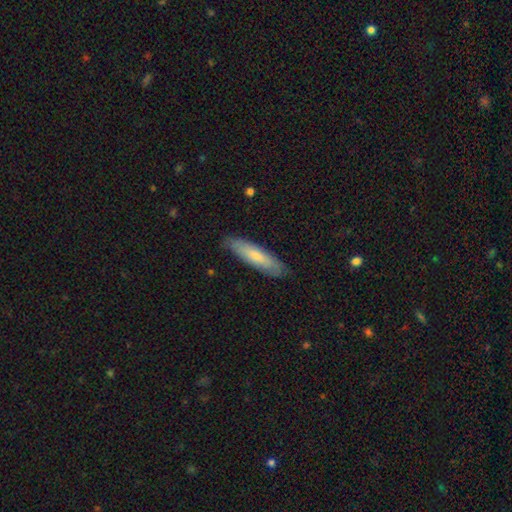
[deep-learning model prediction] Overall: smooth (71%). How rounded: cigar-shaped (73%). Merging: none (86%).